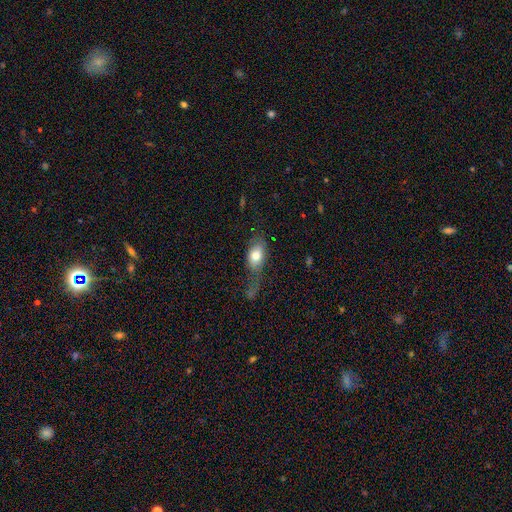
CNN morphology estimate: smooth_or_featured: smooth (p=0.74) [alt: featured or disk p=0.18]
how_rounded: in between (p=0.84) [alt: round p=0.11]
merging: none (p=0.39) [alt: major disturbance p=0.28]